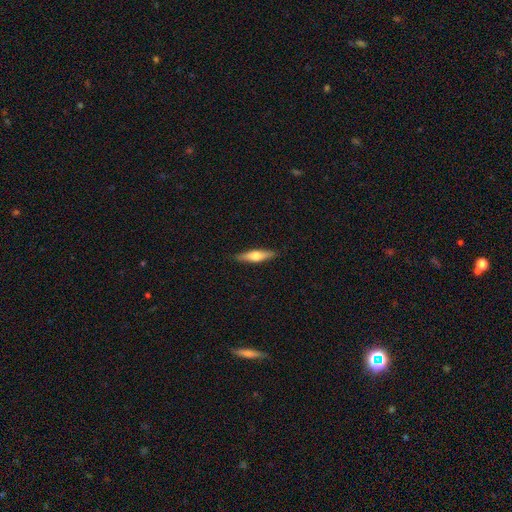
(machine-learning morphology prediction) The model was most divided on "smooth or featured": smooth: 51%, featured or disk: 43%, star or artifact: 6%. More confident: merging — none (88%); how rounded — cigar-shaped (73%).